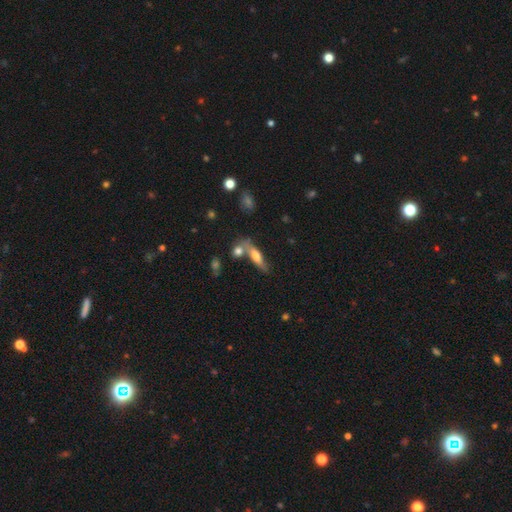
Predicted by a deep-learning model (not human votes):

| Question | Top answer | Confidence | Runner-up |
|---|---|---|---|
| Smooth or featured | smooth | 50% | featured or disk (43%) |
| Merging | none | 58% | merger (22%) |